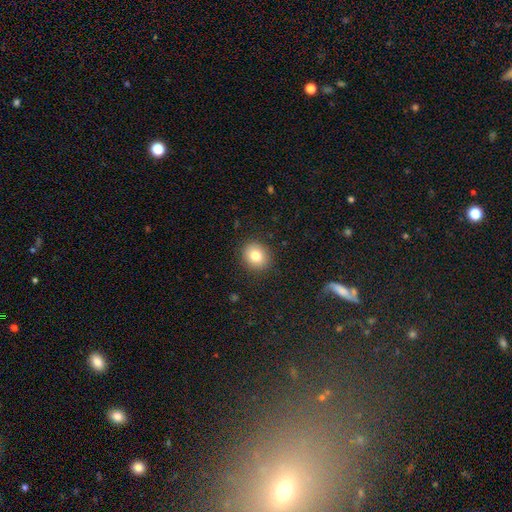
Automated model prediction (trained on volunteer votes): Q: Smooth or featured?
A: smooth (80%); runner-up: star or artifact (10%)
Q: How rounded?
A: round (71%); runner-up: in between (28%)
Q: Merging?
A: none (89%); runner-up: minor disturbance (7%)